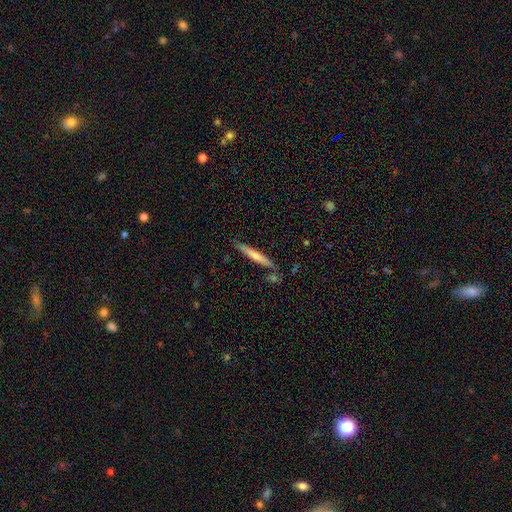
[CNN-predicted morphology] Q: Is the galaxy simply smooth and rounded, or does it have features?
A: smooth — 58%.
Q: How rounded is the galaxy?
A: cigar-shaped — 95%.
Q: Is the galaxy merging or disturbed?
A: none — 80%.